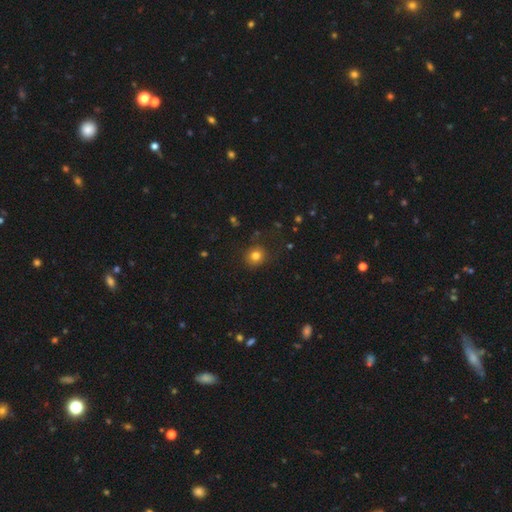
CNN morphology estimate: A smooth galaxy with no disk features (79%) that is round (85%). Merging: none (83%).